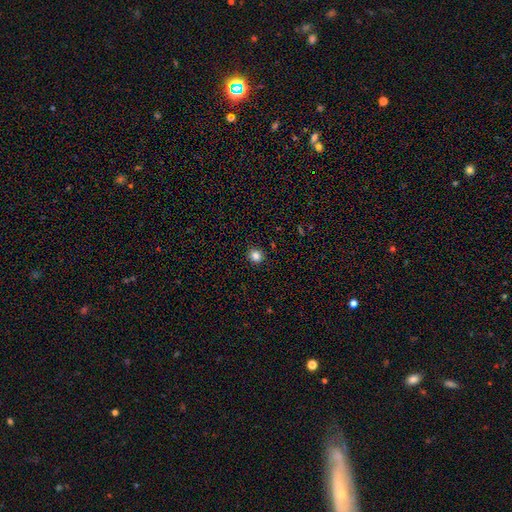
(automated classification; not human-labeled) smooth-or-featured: smooth: 84% | star or artifact: 12% | featured or disk: 4%
  how-rounded: round: 86% | in between: 13% | cigar-shaped: 1%
  merging: none: 91% | minor disturbance: 6% | major disturbance: 2% | merger: 1%